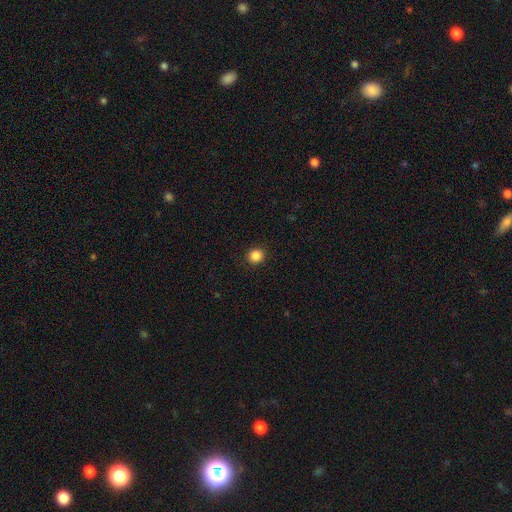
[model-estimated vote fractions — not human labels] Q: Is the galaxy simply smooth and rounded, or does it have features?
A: smooth — 86%.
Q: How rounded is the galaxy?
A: round — 91%.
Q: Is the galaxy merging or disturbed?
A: none — 92%.